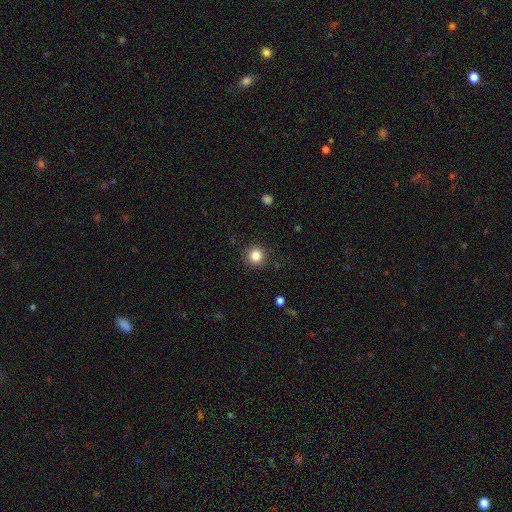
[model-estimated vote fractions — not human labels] Smooth or featured: smooth — 84% (star or artifact — 11%)
How rounded: round — 93% (in between — 6%)
Merging: none — 90% (minor disturbance — 6%)